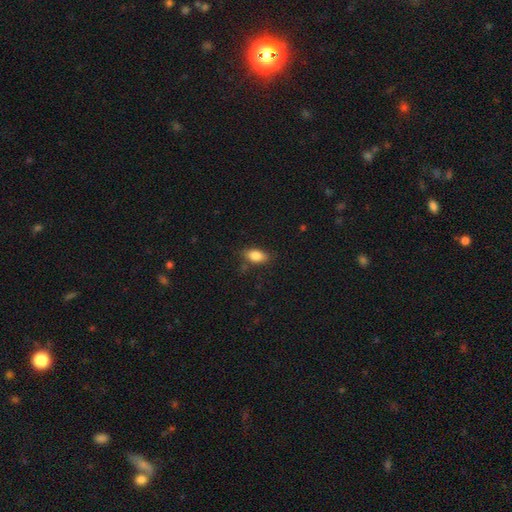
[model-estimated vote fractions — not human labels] Morphology: type=smooth (83%); roundness=in between (88%); merging=none (80%).